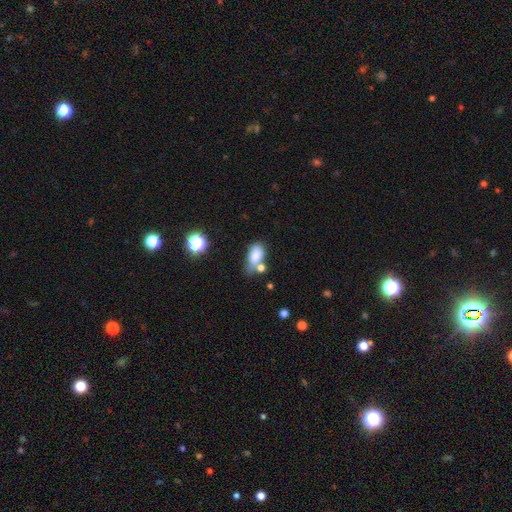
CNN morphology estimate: A smooth galaxy with no disk features (78%) that is in between round and cigar-shaped (86%).

Vote fractions:
- Smooth or featured? smooth: 78% / featured or disk: 11% / star or artifact: 10%
- How rounded? in between: 86% / round: 10% / cigar-shaped: 4%
- Merging? none: 38% / merger: 26% / minor disturbance: 24% / major disturbance: 11%